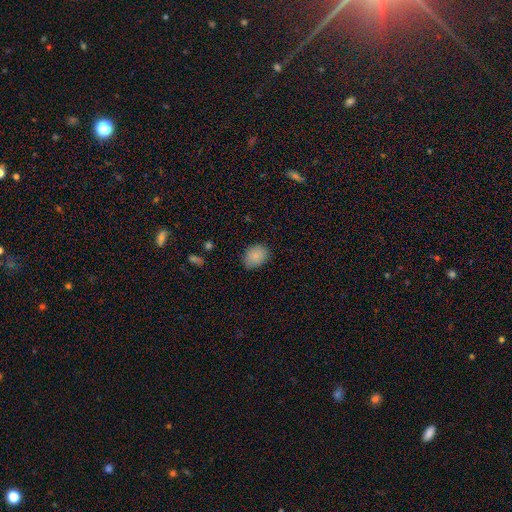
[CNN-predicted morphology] A smooth galaxy with no disk features (87%) that is in between round and cigar-shaped (67%).

Vote fractions:
- Smooth or featured? smooth: 87% / star or artifact: 8% / featured or disk: 5%
- How rounded? in between: 67% / round: 32% / cigar-shaped: 1%
- Merging? none: 84% / minor disturbance: 12% / major disturbance: 3% / merger: 1%